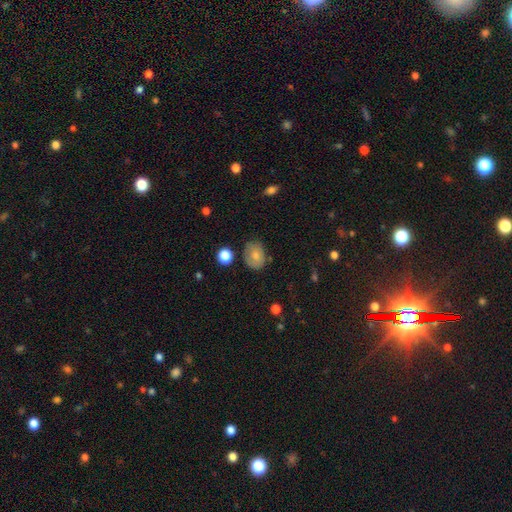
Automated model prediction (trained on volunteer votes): This appears to be a smooth galaxy with no disk features (72%) that is in between round and cigar-shaped (64%). Merging: none (65%).